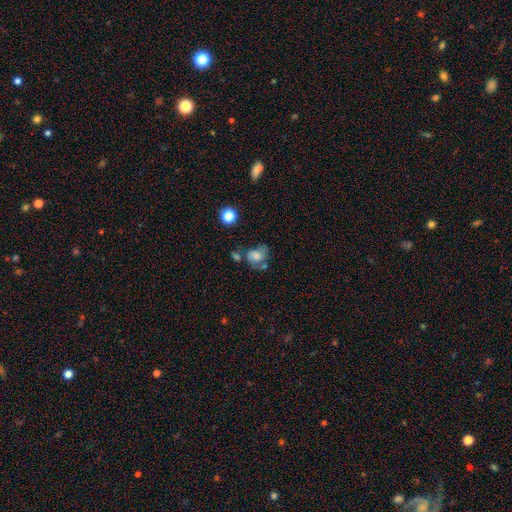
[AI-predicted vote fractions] Smooth or featured: smooth — 51% (featured or disk — 38%)
How rounded: round — 52% (in between — 46%)
Merging: none — 33% (minor disturbance — 24%)